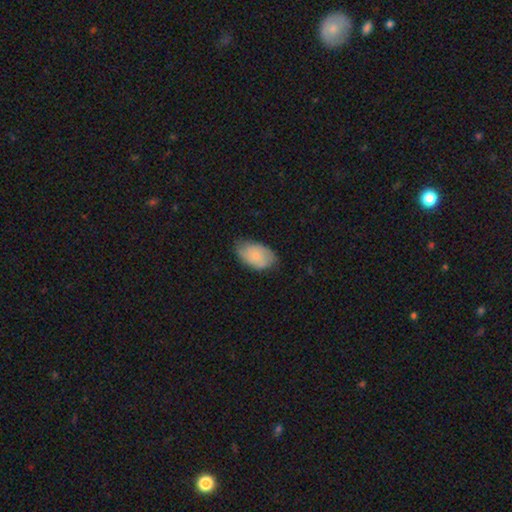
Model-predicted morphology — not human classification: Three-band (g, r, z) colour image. It shows a smooth galaxy with no disk features (73%) that is in between round and cigar-shaped (92%). Merging: none (68%).